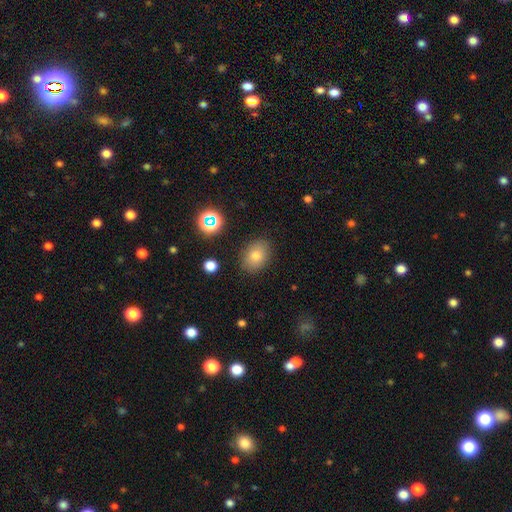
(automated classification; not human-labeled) A smooth galaxy with no disk features (75%) that is in between round and cigar-shaped (69%). Merging: none (86%).